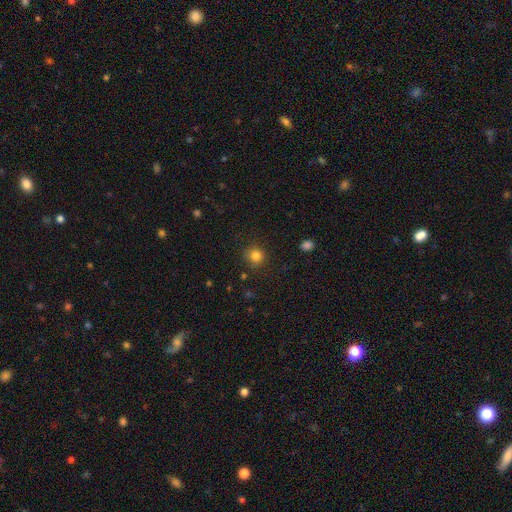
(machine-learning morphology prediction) smooth 82%, star or artifact 13%, featured or disk 5%. Down the decision tree: how rounded — round (91%); merging — none (86%).